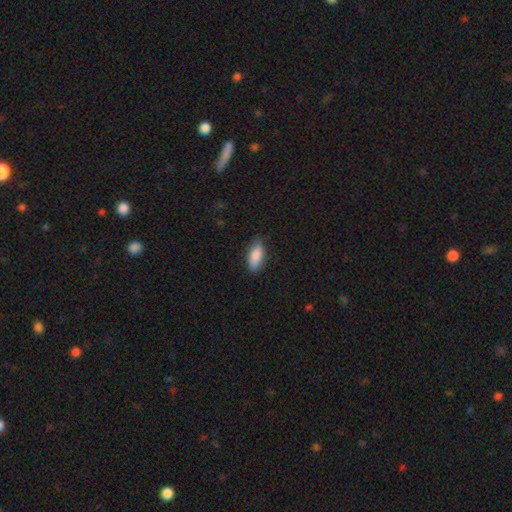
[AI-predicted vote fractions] Smooth or featured? Predicted: smooth (p=0.88). How rounded? Predicted: in between (p=0.80). Merging? Predicted: none (p=0.82).